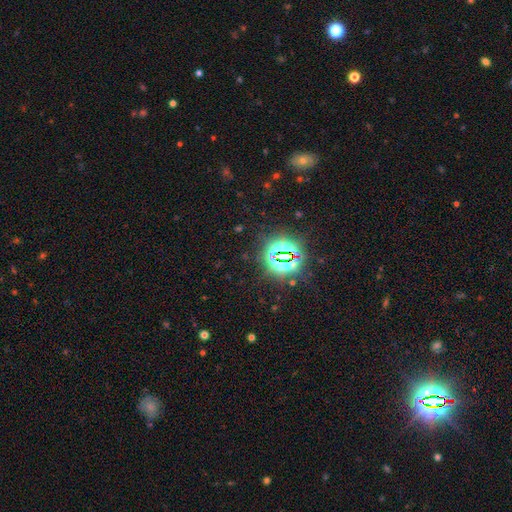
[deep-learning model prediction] This appears to be a star or artifact, not a galaxy (82%).